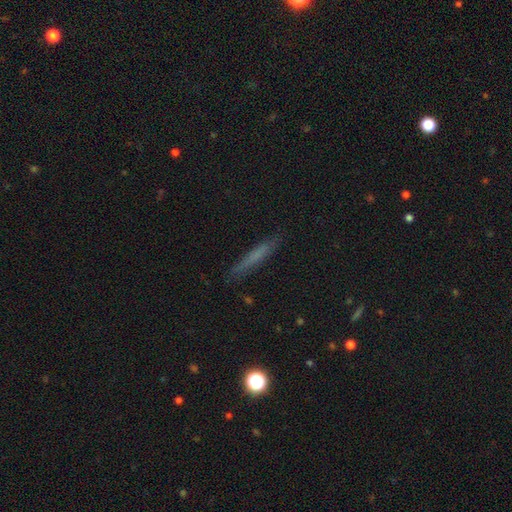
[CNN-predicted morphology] smooth_or_featured: smooth (p=0.57) [alt: featured or disk p=0.33]
how_rounded: cigar-shaped (p=0.93) [alt: in between p=0.05]
merging: none (p=0.85) [alt: minor disturbance p=0.11]